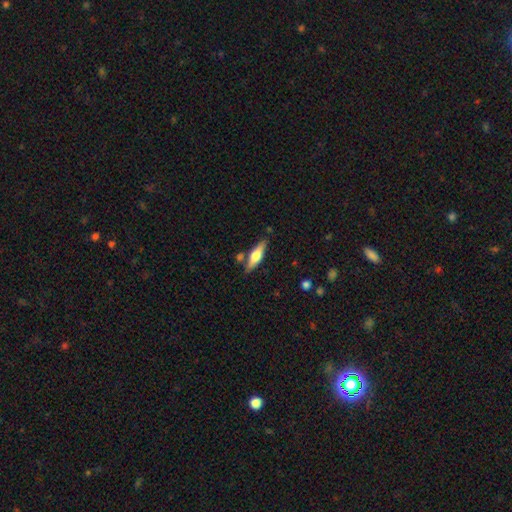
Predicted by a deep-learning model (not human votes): Smooth or featured?
  - smooth: 48% *
  - featured or disk: 46%
  - star or artifact: 6%
Merging?
  - none: 78% *
  - minor disturbance: 13%
  - merger: 7%
  - major disturbance: 3%